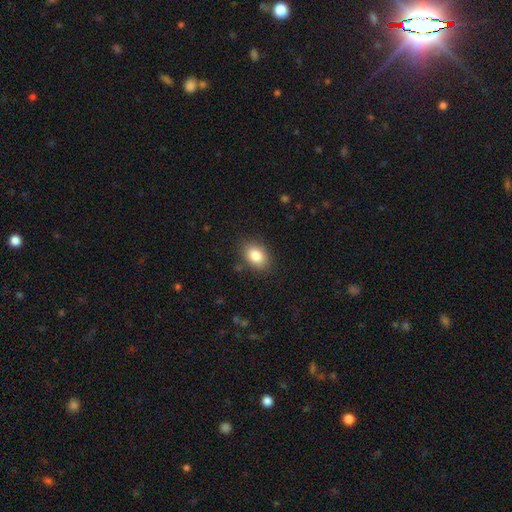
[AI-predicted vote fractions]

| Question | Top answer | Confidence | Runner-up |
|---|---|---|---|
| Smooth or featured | smooth | 84% | featured or disk (8%) |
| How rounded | in between | 83% | round (16%) |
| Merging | none | 84% | minor disturbance (11%) |